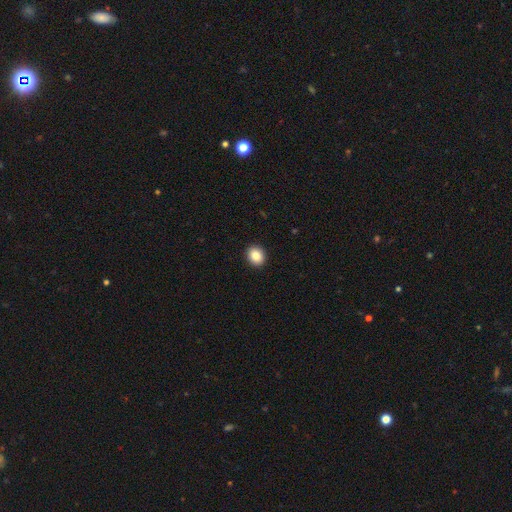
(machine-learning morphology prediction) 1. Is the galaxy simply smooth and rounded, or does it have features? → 86% smooth, 9% star or artifact, 5% featured or disk.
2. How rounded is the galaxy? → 61% round, 38% in between, 1% cigar-shaped.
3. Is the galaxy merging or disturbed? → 92% none, 5% minor disturbance, 2% major disturbance, 1% merger.